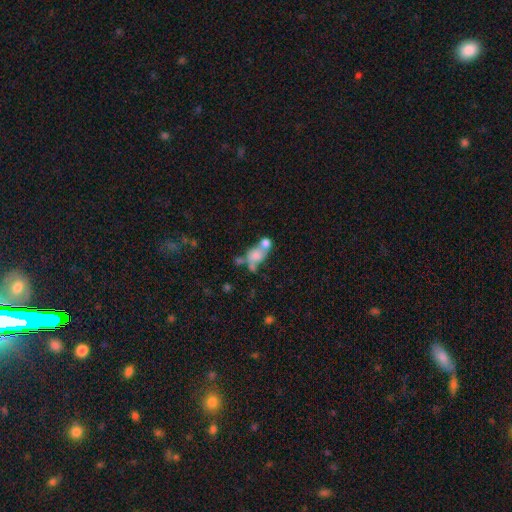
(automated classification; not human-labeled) The model was most divided on "smooth or featured": smooth: 61%, featured or disk: 28%, star or artifact: 12%. More confident: how rounded — in between (64%); merging — merger (57%).